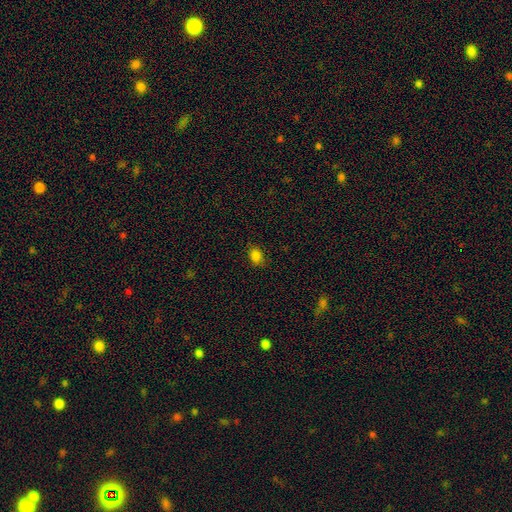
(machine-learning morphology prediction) type=smooth (82%); roundness=in between (64%); merging=none (83%).